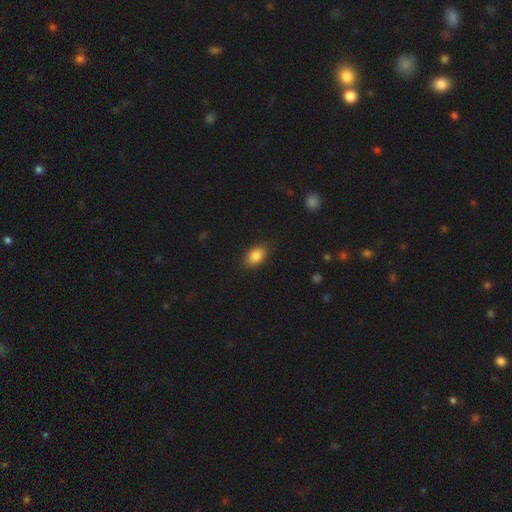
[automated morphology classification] type=smooth (86%); roundness=in between (86%); merging=none (86%).